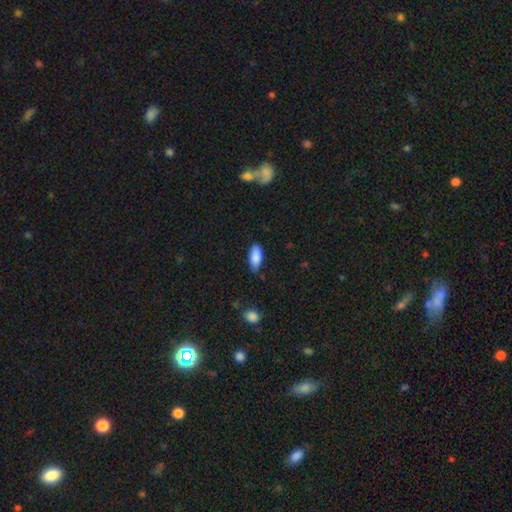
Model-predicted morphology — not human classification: Overall: smooth (87%). How rounded: in between (85%). Merging: none (80%).